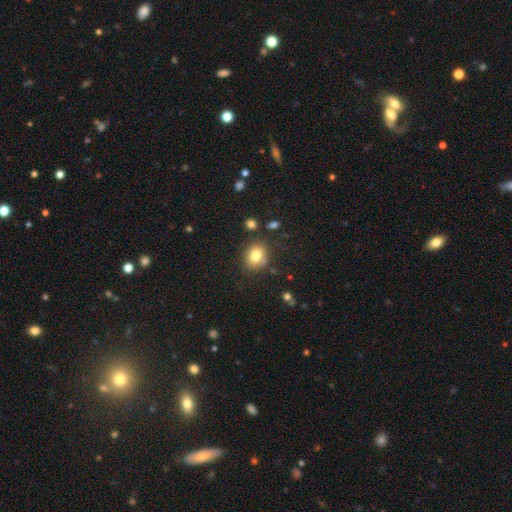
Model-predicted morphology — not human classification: smooth-or-featured: smooth: 80% | star or artifact: 10% | featured or disk: 10%
  how-rounded: in between: 50% | round: 49% | cigar-shaped: 1%
  merging: none: 79% | minor disturbance: 12% | merger: 5% | major disturbance: 4%